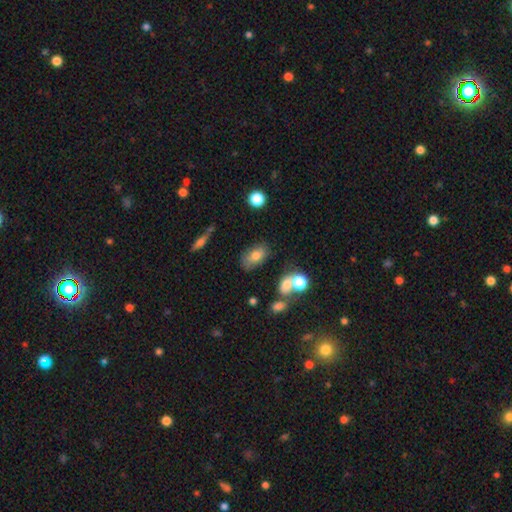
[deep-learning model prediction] smooth-or-featured: smooth: 73% | featured or disk: 17% | star or artifact: 10%
  how-rounded: in between: 87% | round: 10% | cigar-shaped: 3%
  merging: none: 67% | minor disturbance: 19% | merger: 8% | major disturbance: 7%